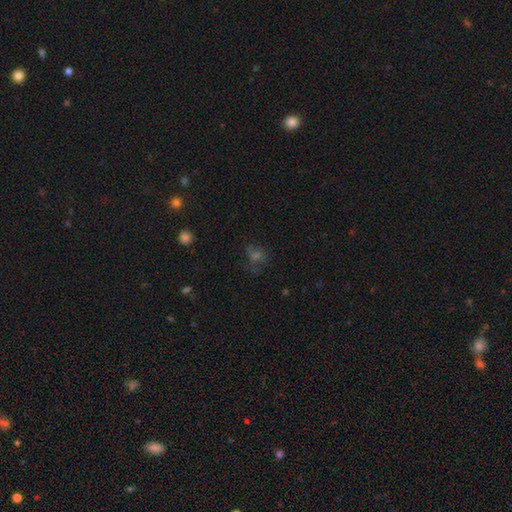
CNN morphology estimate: This is marginally a star or artifact rather than a galaxy (37%).